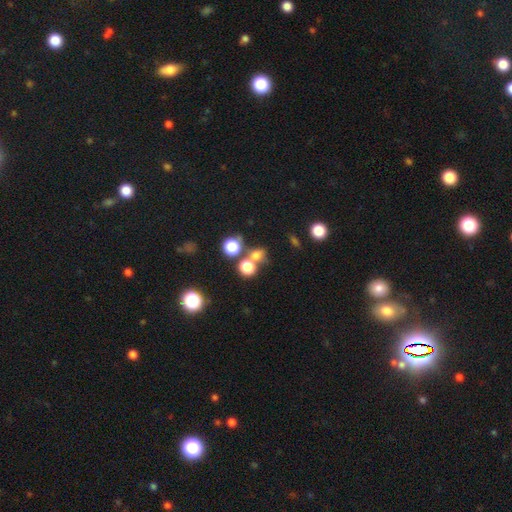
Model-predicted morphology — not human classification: Q: Smooth or featured?
A: smooth (69%); runner-up: star or artifact (22%)
Q: How rounded?
A: round (74%); runner-up: in between (25%)
Q: Merging?
A: none (55%); runner-up: merger (30%)